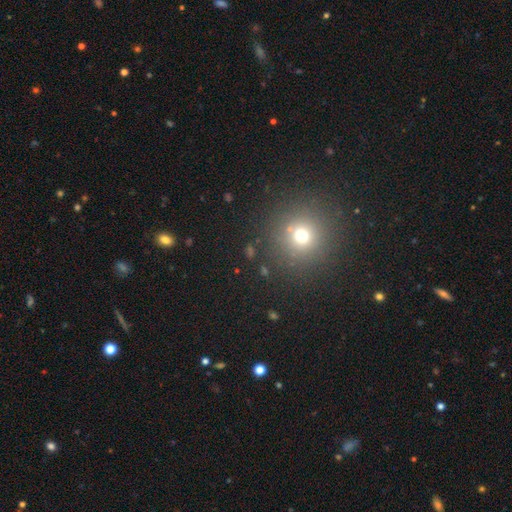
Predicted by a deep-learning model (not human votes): Smooth or featured? Predicted: smooth (p=0.58). How rounded? Predicted: round (p=0.94). Merging? Predicted: none (p=0.91).